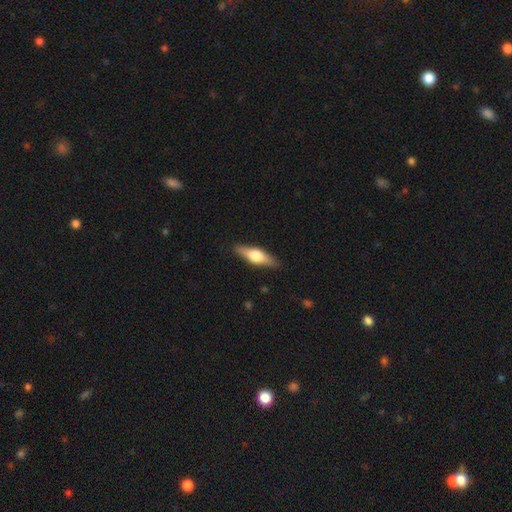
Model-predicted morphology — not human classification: smooth-or-featured: featured or disk: 52% | smooth: 43% | star or artifact: 6%
  disk-edge-on: yes: 94% | no: 6%
  merging: none: 88% | minor disturbance: 9% | major disturbance: 2% | merger: 1%